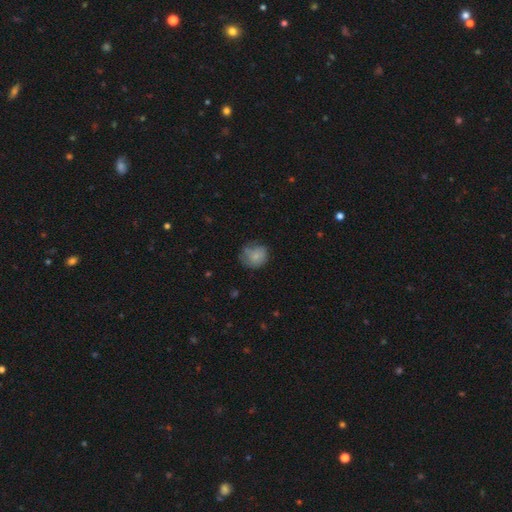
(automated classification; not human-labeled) smooth_or_featured: smooth (p=0.76) [alt: featured or disk p=0.15]
how_rounded: round (p=0.76) [alt: in between p=0.23]
merging: none (p=0.57) [alt: minor disturbance p=0.28]